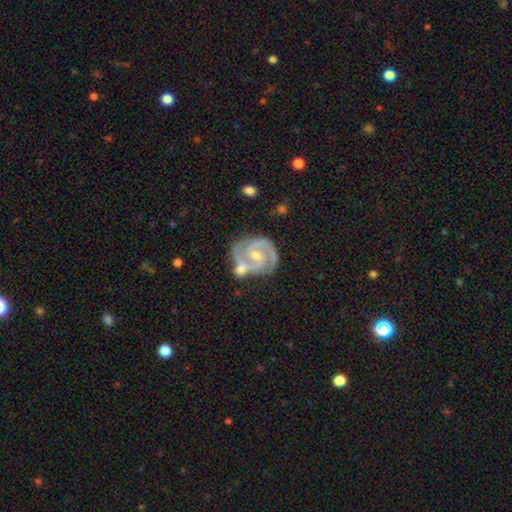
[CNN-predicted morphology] A featured or disk galaxy (92%) with no bar (48%), 2 (83%) tight (52%) spiral arms (98%) and a small central bulge (51%).

Vote fractions:
- Smooth or featured? featured or disk: 92% / star or artifact: 4% / smooth: 4%
- Edge-on disk? no: 98% / yes: 2%
- Bar? no: 48% / weak: 40% / strong: 12%
- Spiral arms? yes: 98% / no: 2%
- Spiral winding? tight: 52% / medium: 43% / loose: 5%
- Spiral arm count? 2: 83% / 3: 10% / can't tell: 3% / 1: 2% / 4: 1% / more than 4: 1%
- Bulge size? small: 51% / moderate: 46% / none: 1% / large: 1% / dominant: 1%
- Merging? none: 55% / merger: 21% / minor disturbance: 17% / major disturbance: 6%